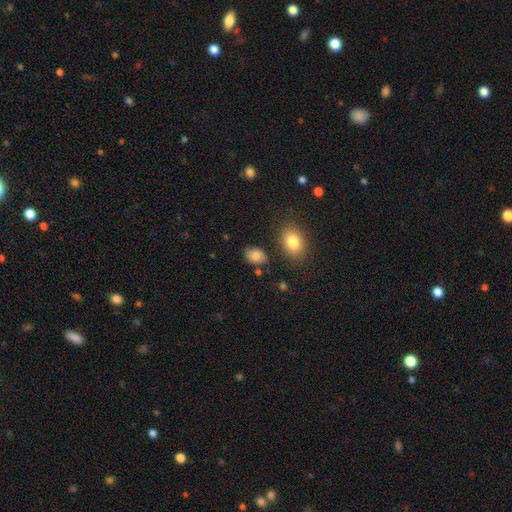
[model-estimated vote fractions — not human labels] A smooth galaxy with no disk features (81%) that is in between round and cigar-shaped (83%). Merging: none (78%).